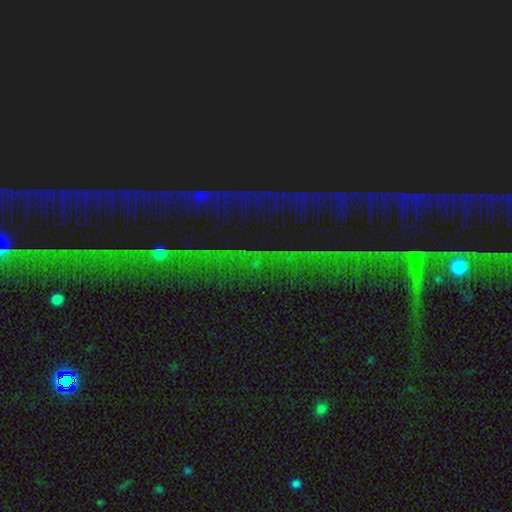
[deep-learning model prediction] This appears to be a star or artifact, not a galaxy (85%).